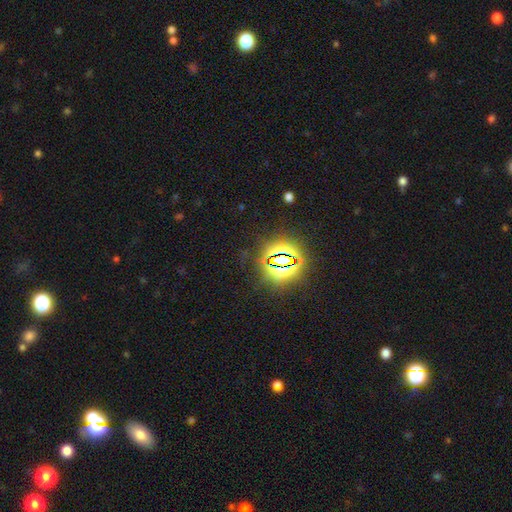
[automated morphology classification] Smooth or featured?
  - star or artifact: 83% *
  - smooth: 10%
  - featured or disk: 7%